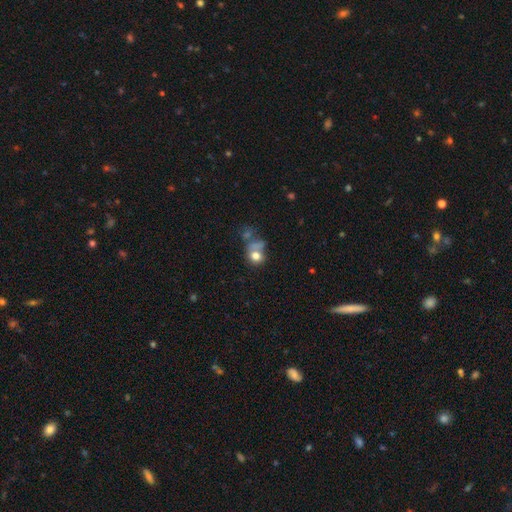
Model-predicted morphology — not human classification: Smooth or featured: smooth — 72% (featured or disk — 15%)
How rounded: round — 63% (in between — 36%)
Merging: none — 34% (merger — 32%)